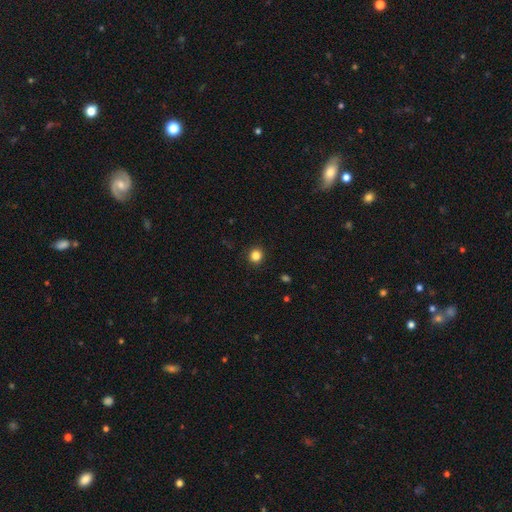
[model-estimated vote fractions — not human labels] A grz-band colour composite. It shows a smooth galaxy with no disk features (84%) that is round (92%). Merging: none (92%).